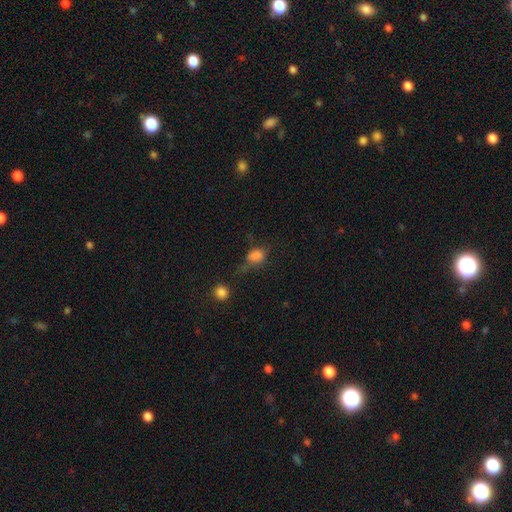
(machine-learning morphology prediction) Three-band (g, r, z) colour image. It shows a smooth galaxy with no disk features (76%) that is in between round and cigar-shaped (59%). Merging: none (36%).